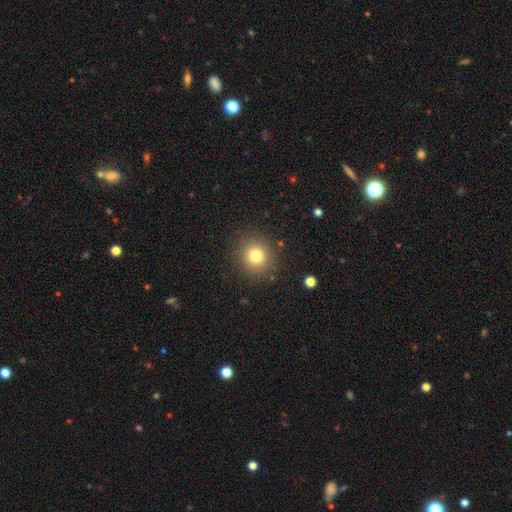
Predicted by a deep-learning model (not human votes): Smooth or featured? Predicted: smooth (p=0.78). How rounded? Predicted: round (p=0.90). Merging? Predicted: none (p=0.88).